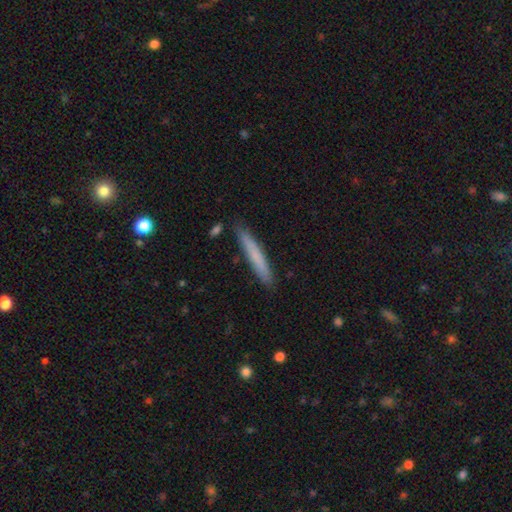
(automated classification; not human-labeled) Smooth or featured? smooth (71%)
How rounded? cigar-shaped (95%)
Merging? none (88%)